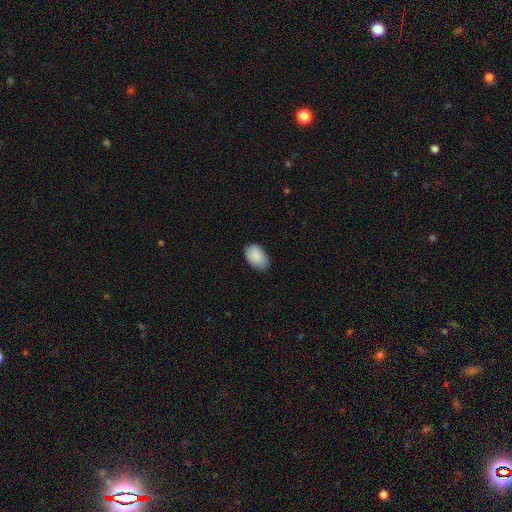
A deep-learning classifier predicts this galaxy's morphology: smooth_or_featured: smooth (p=0.88) [alt: star or artifact p=0.06]
how_rounded: in between (p=0.91) [alt: round p=0.08]
merging: none (p=0.75) [alt: minor disturbance p=0.21]